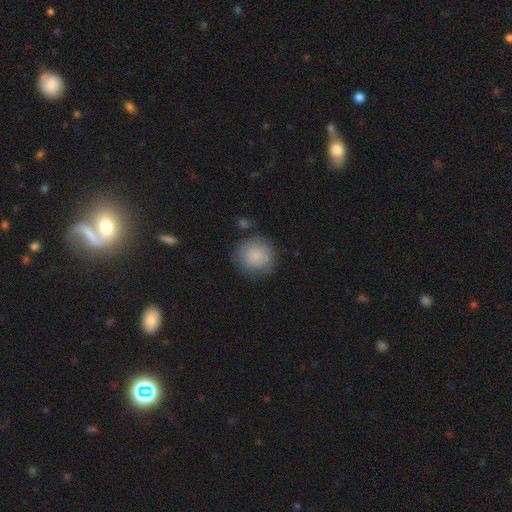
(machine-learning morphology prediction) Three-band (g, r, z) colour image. It shows a smooth galaxy with no disk features (84%) that is round (91%). Merging: none (76%).